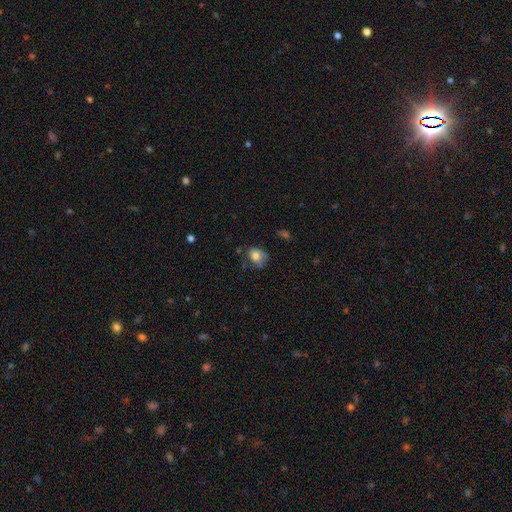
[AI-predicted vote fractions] A smooth galaxy with no disk features (72%) that is in between round and cigar-shaped (60%). Merging: none (45%).